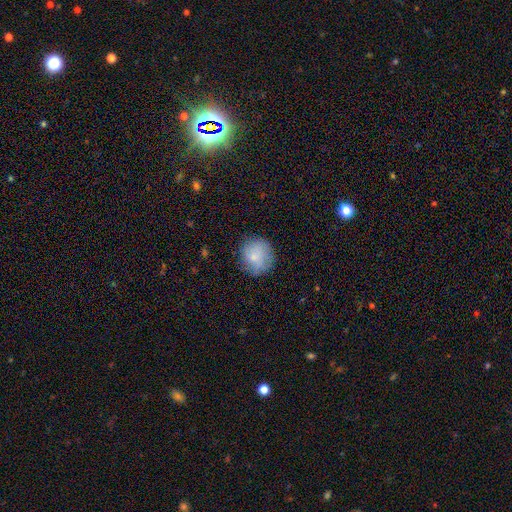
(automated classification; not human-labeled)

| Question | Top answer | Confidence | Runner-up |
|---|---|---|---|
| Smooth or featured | smooth | 78% | featured or disk (15%) |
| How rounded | round | 88% | in between (11%) |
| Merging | none | 78% | minor disturbance (16%) |